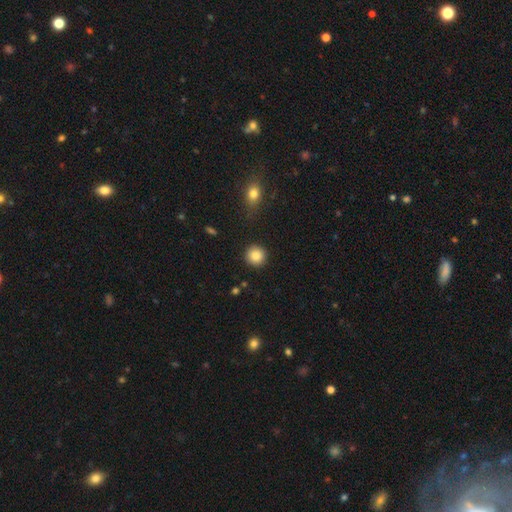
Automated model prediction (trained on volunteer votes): smooth-or-featured: smooth: 87% | star or artifact: 9% | featured or disk: 4%
  how-rounded: round: 94% | in between: 5% | cigar-shaped: 1%
  merging: none: 90% | minor disturbance: 6% | major disturbance: 2% | merger: 2%